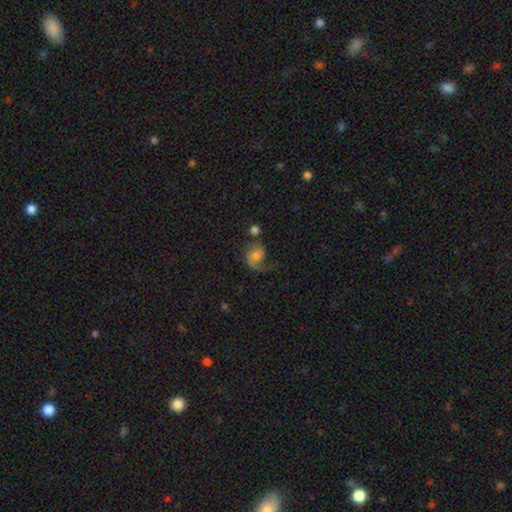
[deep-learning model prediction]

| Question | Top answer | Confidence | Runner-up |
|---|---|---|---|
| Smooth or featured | featured or disk | 63% | smooth (29%) |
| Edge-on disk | no | 98% | yes (2%) |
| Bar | no | 74% | weak (22%) |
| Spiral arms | yes | 91% | no (9%) |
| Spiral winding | loose | 45% | medium (36%) |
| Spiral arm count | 1 | 64% | 2 (28%) |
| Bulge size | small | 42% | moderate (40%) |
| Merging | none | 42% | major disturbance (31%) |